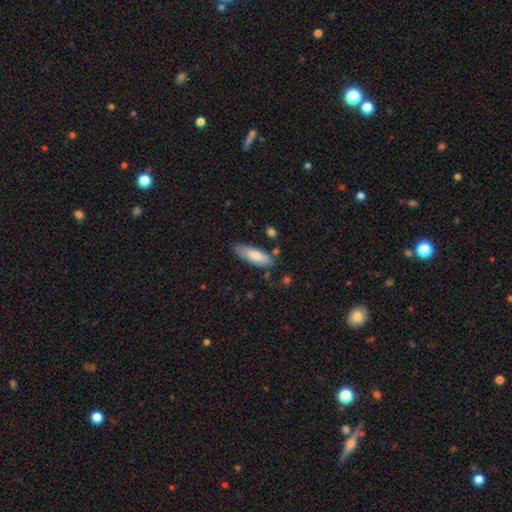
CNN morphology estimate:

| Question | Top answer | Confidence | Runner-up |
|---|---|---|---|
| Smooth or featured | smooth | 80% | featured or disk (14%) |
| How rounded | cigar-shaped | 50% | in between (49%) |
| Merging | none | 73% | minor disturbance (19%) |